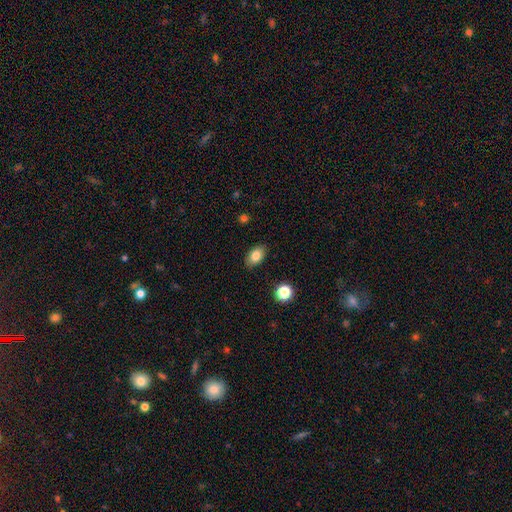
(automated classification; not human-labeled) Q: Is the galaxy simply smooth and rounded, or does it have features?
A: smooth — 82%.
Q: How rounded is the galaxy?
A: in between — 88%.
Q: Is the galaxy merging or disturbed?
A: none — 87%.